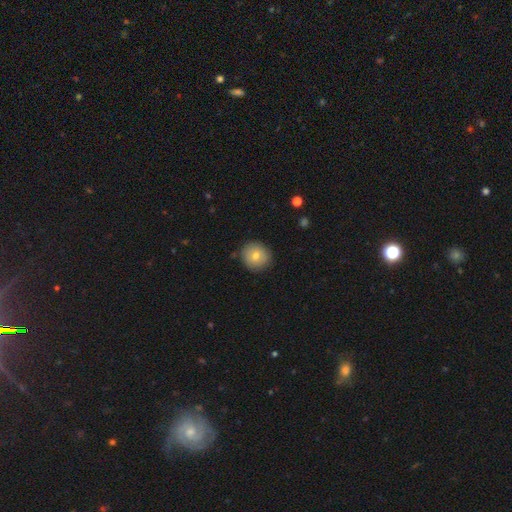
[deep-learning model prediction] Smooth or featured: smooth — 75% (featured or disk — 16%)
How rounded: round — 92% (in between — 7%)
Merging: none — 88% (minor disturbance — 9%)